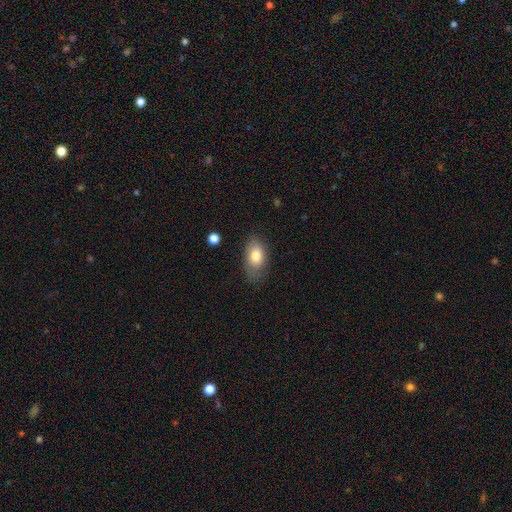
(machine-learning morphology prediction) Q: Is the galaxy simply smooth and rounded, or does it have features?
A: smooth — 79%.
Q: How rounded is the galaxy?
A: in between — 90%.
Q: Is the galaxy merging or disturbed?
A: none — 70%.